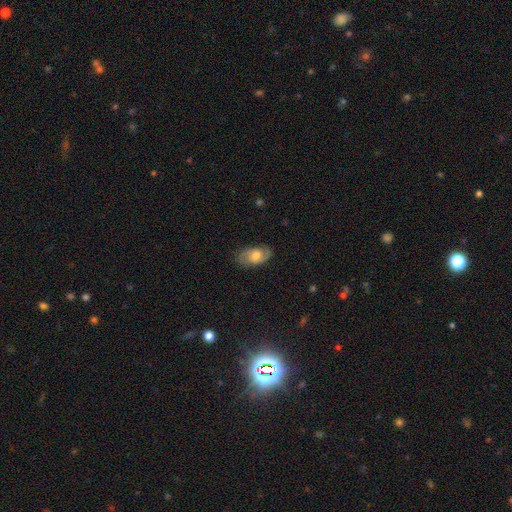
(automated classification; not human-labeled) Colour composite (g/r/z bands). It shows a featured or disk galaxy (47%). Merging: none (78%).